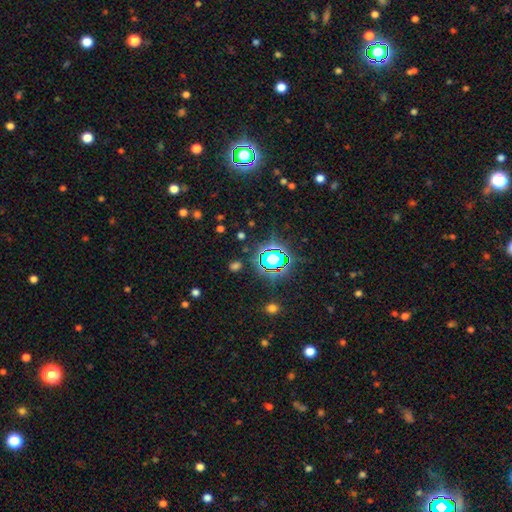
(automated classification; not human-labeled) This is likely a star or artifact rather than a galaxy (78%).